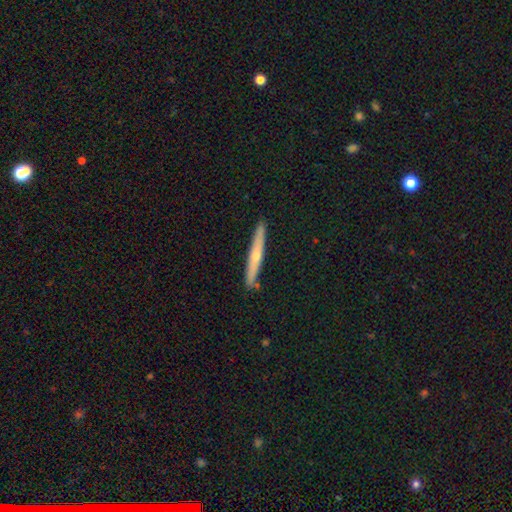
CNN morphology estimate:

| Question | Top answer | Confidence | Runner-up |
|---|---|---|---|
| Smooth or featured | featured or disk | 52% | smooth (43%) |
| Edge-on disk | yes | 95% | no (5%) |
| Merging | none | 89% | minor disturbance (8%) |